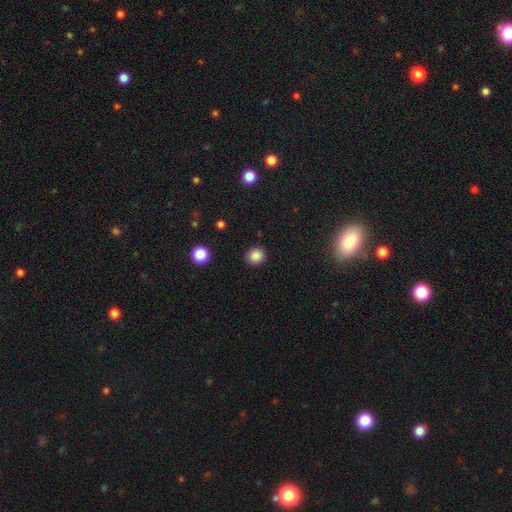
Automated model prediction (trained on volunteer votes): A smooth galaxy with no disk features (86%) that is round (87%). Merging: none (90%).